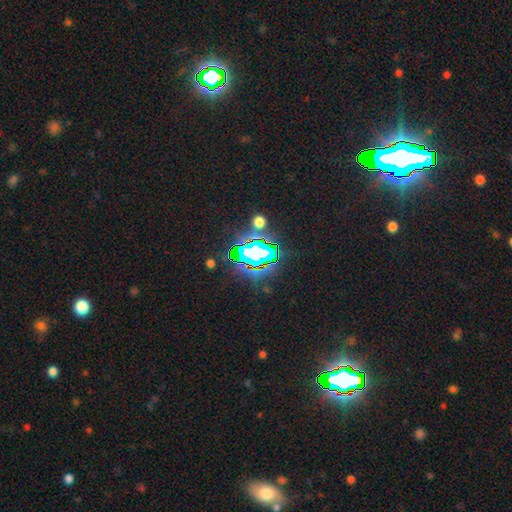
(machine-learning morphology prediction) type=star or artifact (72%).